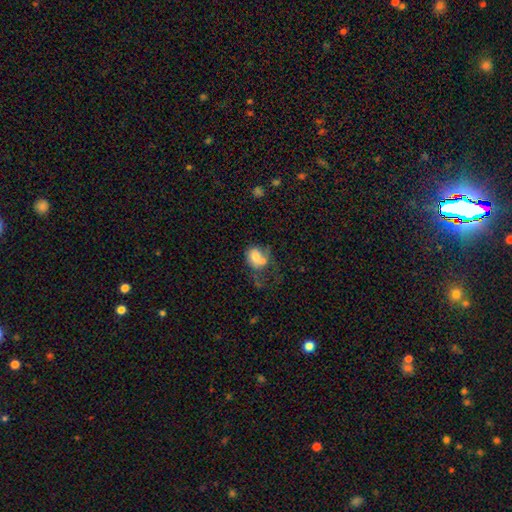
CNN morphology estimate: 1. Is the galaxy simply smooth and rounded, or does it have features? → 68% smooth, 22% featured or disk, 11% star or artifact.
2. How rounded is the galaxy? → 51% in between, 48% round, 1% cigar-shaped.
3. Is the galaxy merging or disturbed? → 32% merger, 30% none, 20% minor disturbance, 18% major disturbance.